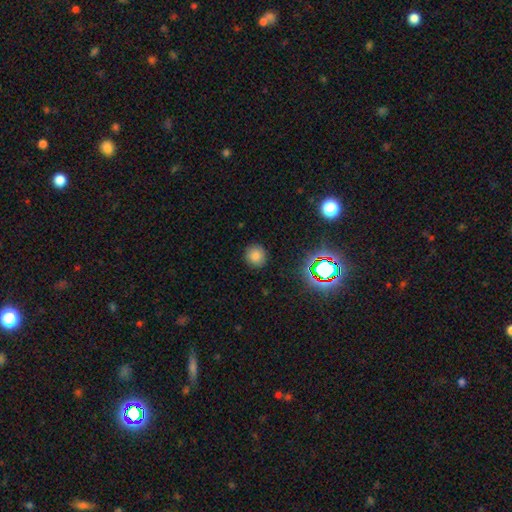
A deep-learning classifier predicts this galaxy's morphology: Smooth or featured? Predicted: smooth (p=0.77). How rounded? Predicted: round (p=0.92). Merging? Predicted: none (p=0.90).